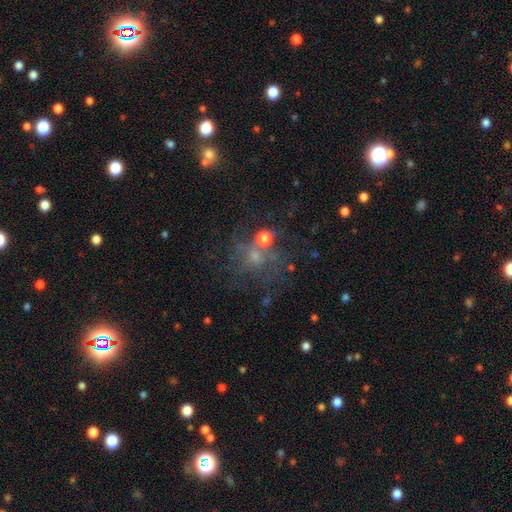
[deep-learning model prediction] This appears to be a featured or disk galaxy (37%). Merging: none (56%).